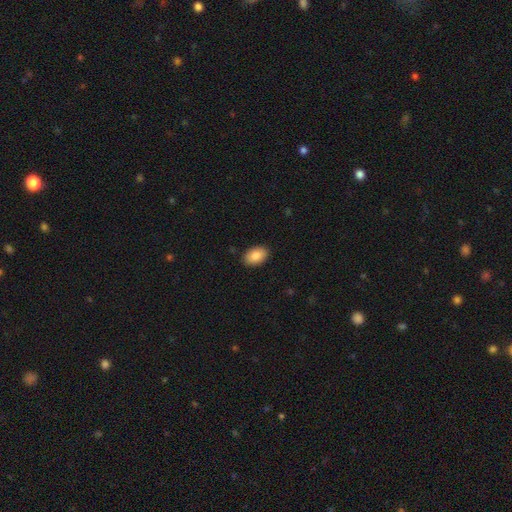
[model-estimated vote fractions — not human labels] This is clearly a smooth galaxy (88%). How rounded: clearly in between (91%). Merging: clearly none (89%).